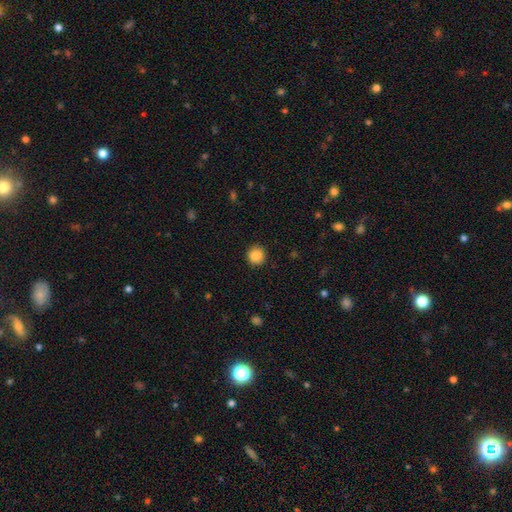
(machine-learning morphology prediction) Q: Smooth or featured?
A: smooth (86%); runner-up: star or artifact (9%)
Q: How rounded?
A: round (91%); runner-up: in between (8%)
Q: Merging?
A: none (87%); runner-up: minor disturbance (9%)